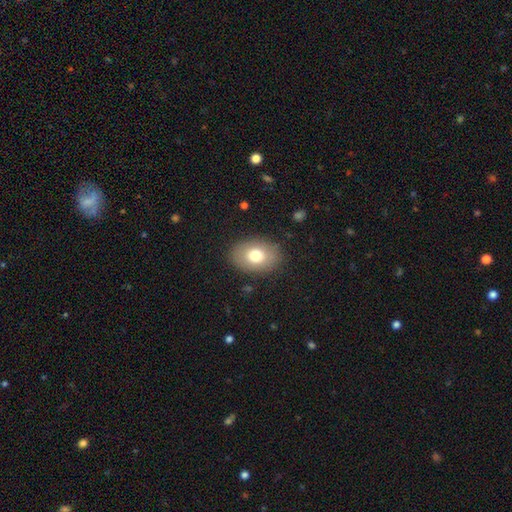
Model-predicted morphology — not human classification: This is likely a smooth galaxy (75%). How rounded: likely in between (79%). Merging: clearly none (85%).